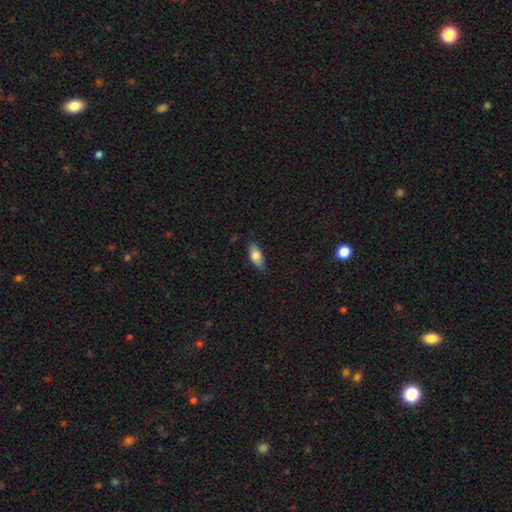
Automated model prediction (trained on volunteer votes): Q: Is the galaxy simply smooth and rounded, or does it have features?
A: smooth — 76%.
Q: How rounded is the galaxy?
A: in between — 85%.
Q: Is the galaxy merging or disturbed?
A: none — 82%.